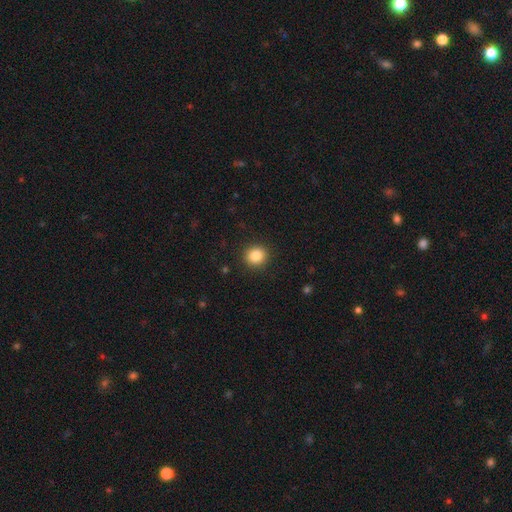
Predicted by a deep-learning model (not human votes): A smooth galaxy with no disk features (85%) that is round (85%). Merging: none (91%).